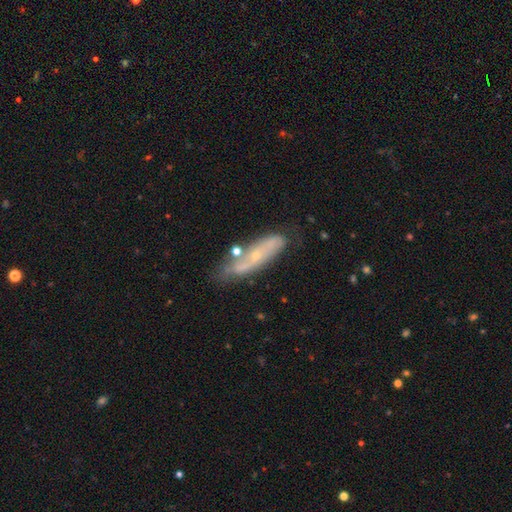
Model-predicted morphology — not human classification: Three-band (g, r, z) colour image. It shows a featured or disk galaxy (59%). Merging: none (57%).